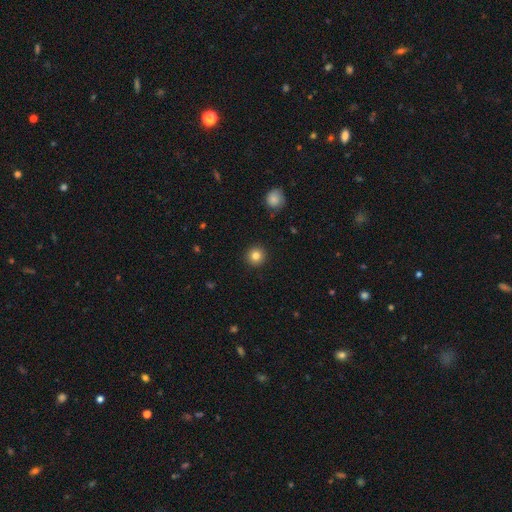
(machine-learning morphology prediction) Overall: smooth (82%). How rounded: round (95%). Merging: none (92%).